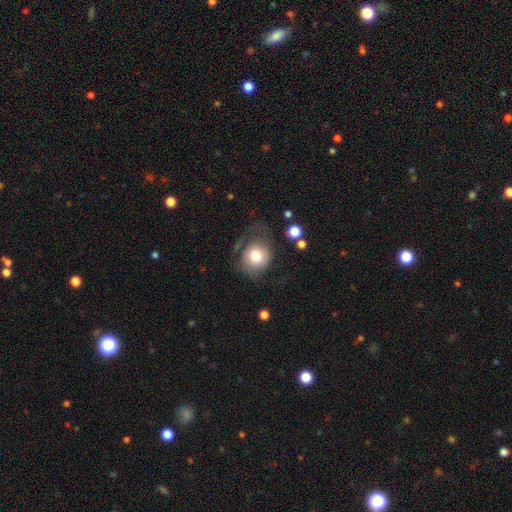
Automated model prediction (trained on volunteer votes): smooth 71%, featured or disk 20%, star or artifact 9%. Down the decision tree: how rounded — round (76%); merging — none (48%).